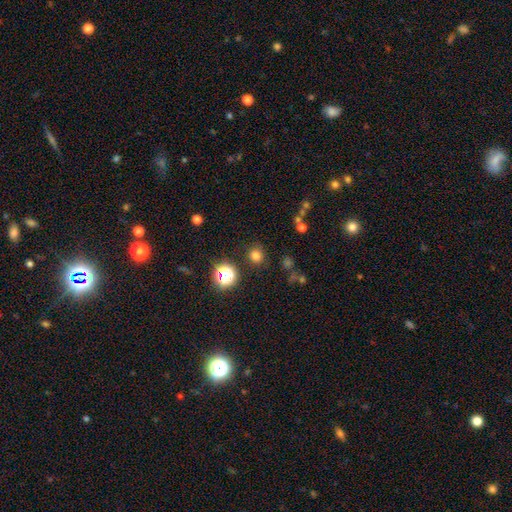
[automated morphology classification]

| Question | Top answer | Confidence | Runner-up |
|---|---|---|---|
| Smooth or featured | smooth | 73% | star or artifact (22%) |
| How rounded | round | 80% | in between (19%) |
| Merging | none | 84% | minor disturbance (9%) |